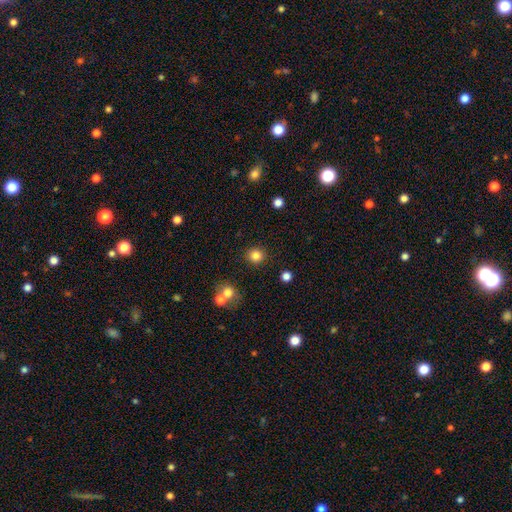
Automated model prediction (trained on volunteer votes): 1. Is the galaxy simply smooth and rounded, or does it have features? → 83% smooth, 12% star or artifact, 6% featured or disk.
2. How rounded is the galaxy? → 91% round, 8% in between, 1% cigar-shaped.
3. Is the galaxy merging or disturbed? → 88% none, 6% minor disturbance, 3% merger, 2% major disturbance.